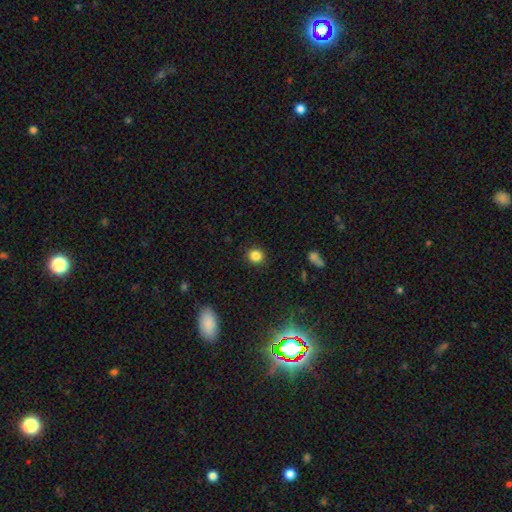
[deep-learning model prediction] The model was most divided on "smooth or featured": smooth: 84%, star or artifact: 12%, featured or disk: 4%. More confident: merging — none (91%); how rounded — round (87%).